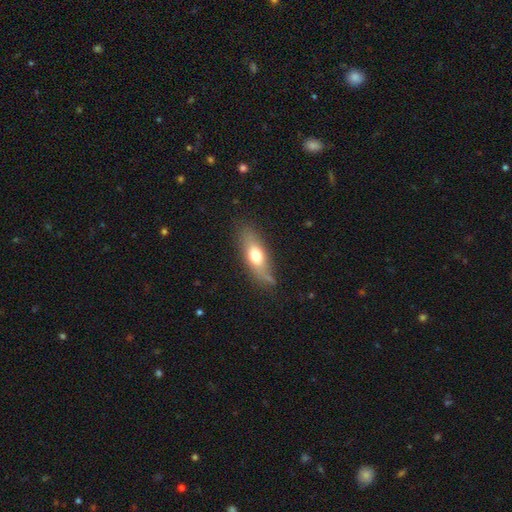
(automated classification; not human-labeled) Smooth or featured? Predicted: smooth (p=0.63). How rounded? Predicted: in between (p=0.61). Merging? Predicted: none (p=0.73).